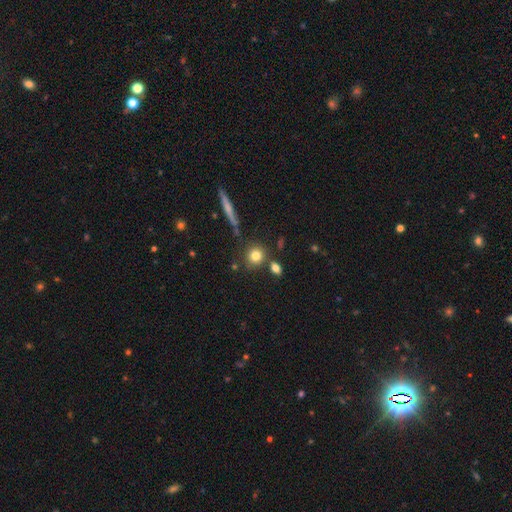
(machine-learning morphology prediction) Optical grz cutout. It shows a smooth galaxy with no disk features (79%) that is round (84%). Merging: none (77%).